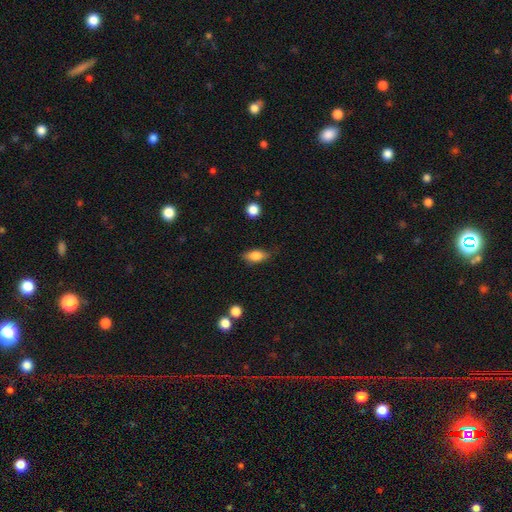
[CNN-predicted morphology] smooth-or-featured: smooth: 79% | featured or disk: 13% | star or artifact: 8%
  how-rounded: in between: 84% | cigar-shaped: 11% | round: 6%
  merging: none: 77% | minor disturbance: 17% | major disturbance: 4% | merger: 2%